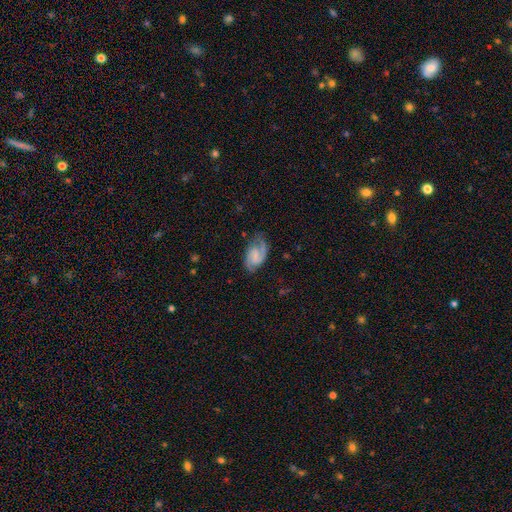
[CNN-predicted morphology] A featured or disk galaxy (75%) with a weak bar (48%), 2 (83%) medium (49%) spiral arms (95%) and no central bulge (43%).

Vote fractions:
- Smooth or featured? featured or disk: 75% / smooth: 18% / star or artifact: 7%
- Edge-on disk? no: 97% / yes: 3%
- Bar? weak: 48% / no: 38% / strong: 14%
- Spiral arms? yes: 95% / no: 5%
- Spiral winding? medium: 49% / tight: 33% / loose: 18%
- Spiral arm count? 2: 83% / 1: 7% / can't tell: 6% / 3: 2% / 4: 1% / more than 4: 1%
- Bulge size? none: 43% / small: 36% / moderate: 16% / large: 3% / dominant: 1%
- Merging? none: 68% / minor disturbance: 22% / major disturbance: 9% / merger: 2%